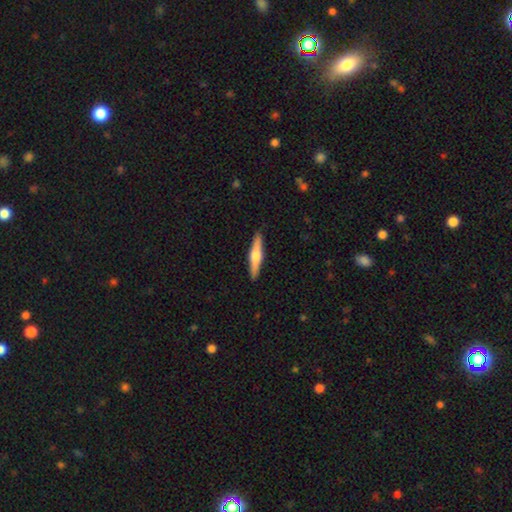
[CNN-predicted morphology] This is possibly a featured or disk galaxy (53%). It is clearly viewed edge-on (96%). Edge-on bulge: clearly rounded (90%). Merging: clearly none (91%).